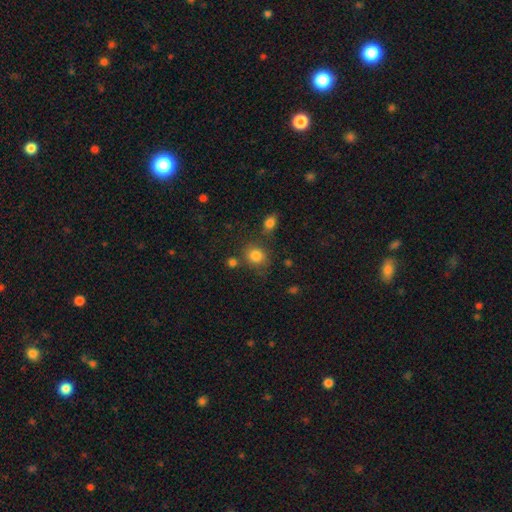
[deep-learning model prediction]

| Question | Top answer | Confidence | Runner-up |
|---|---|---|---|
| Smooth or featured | smooth | 82% | star or artifact (12%) |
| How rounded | round | 75% | in between (24%) |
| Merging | none | 72% | minor disturbance (13%) |